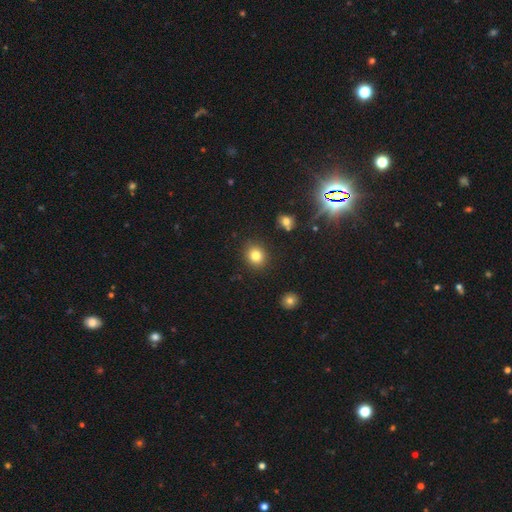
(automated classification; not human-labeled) smooth_or_featured: smooth (p=0.82) [alt: star or artifact p=0.12]
how_rounded: round (p=0.77) [alt: in between p=0.22]
merging: none (p=0.89) [alt: minor disturbance p=0.07]